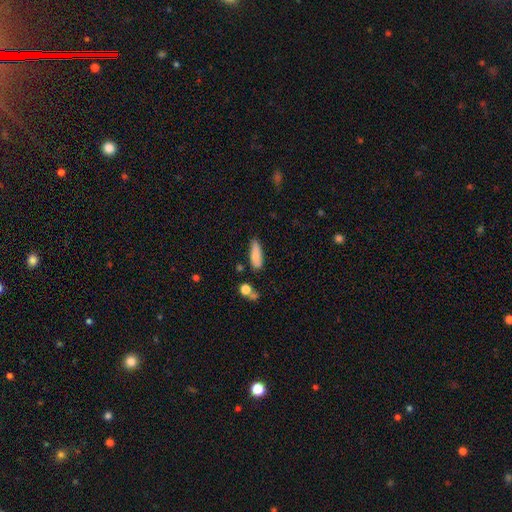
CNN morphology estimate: smooth 81%, featured or disk 12%, star or artifact 7%. Down the decision tree: how rounded — in between (58%); merging — none (65%).